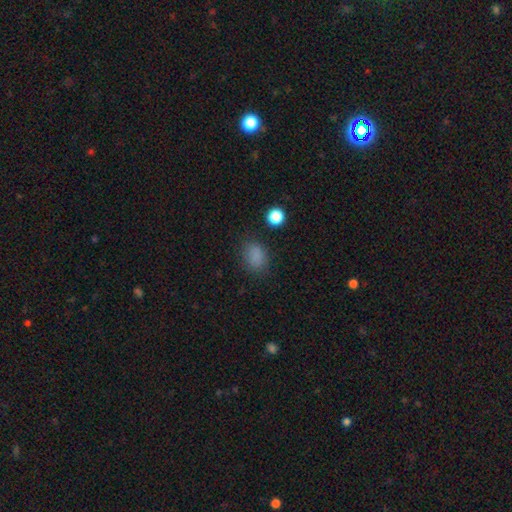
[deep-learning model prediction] This appears to be a smooth galaxy with no disk features (83%) that is in between round and cigar-shaped (59%). Merging: none (81%).